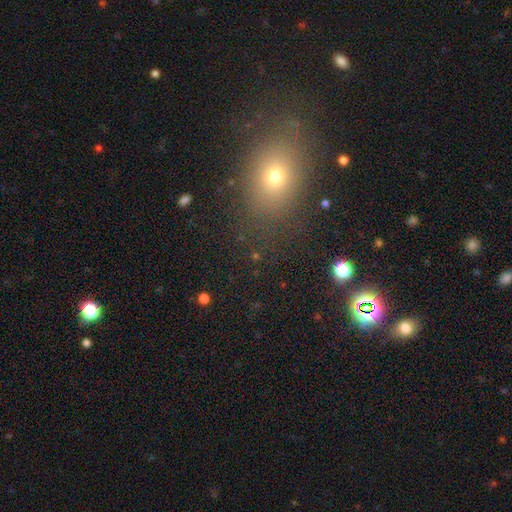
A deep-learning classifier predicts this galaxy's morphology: smooth_or_featured: smooth (p=0.57) [alt: star or artifact p=0.31]
how_rounded: in between (p=0.59) [alt: round p=0.38]
merging: none (p=0.83) [alt: minor disturbance p=0.10]